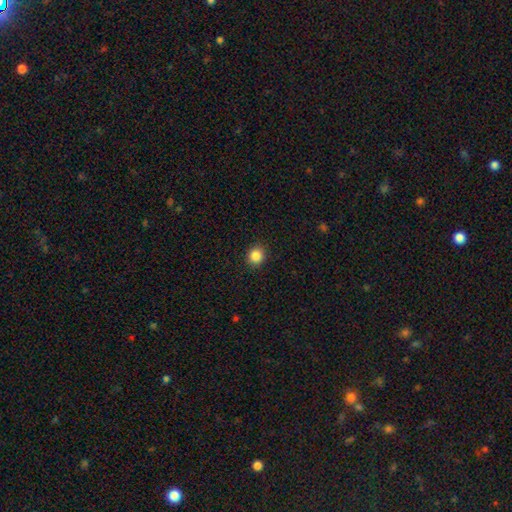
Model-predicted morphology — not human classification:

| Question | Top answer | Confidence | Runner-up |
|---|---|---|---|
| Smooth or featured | smooth | 87% | star or artifact (10%) |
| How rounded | round | 85% | in between (14%) |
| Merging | none | 91% | minor disturbance (6%) |